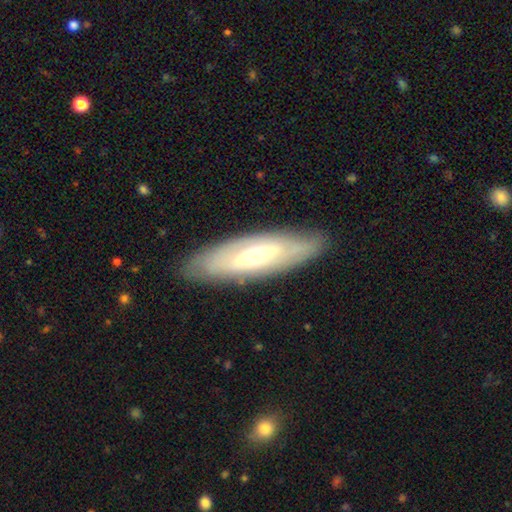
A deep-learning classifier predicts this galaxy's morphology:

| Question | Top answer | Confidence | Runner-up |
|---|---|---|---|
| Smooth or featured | featured or disk | 63% | smooth (30%) |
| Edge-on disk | no | 67% | yes (33%) |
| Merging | none | 85% | minor disturbance (11%) |